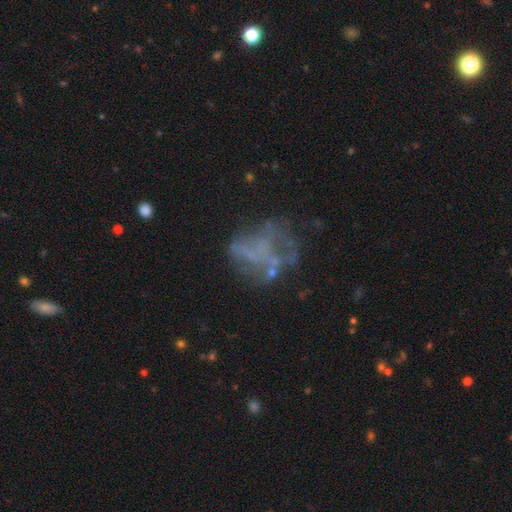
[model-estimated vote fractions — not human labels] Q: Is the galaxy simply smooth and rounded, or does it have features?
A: featured or disk — 57%.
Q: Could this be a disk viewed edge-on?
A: no — 98%.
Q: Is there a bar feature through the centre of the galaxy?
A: no — 88%.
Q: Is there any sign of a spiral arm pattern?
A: no — 80%.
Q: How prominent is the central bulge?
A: none — 83%.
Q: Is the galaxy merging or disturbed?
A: none — 50%.